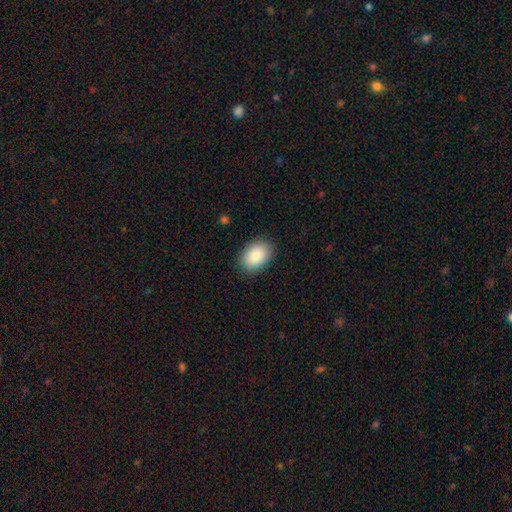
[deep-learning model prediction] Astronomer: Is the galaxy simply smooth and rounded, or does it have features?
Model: smooth — 86%.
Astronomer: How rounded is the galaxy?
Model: in between — 84%.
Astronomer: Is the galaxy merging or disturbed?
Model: none — 87%.